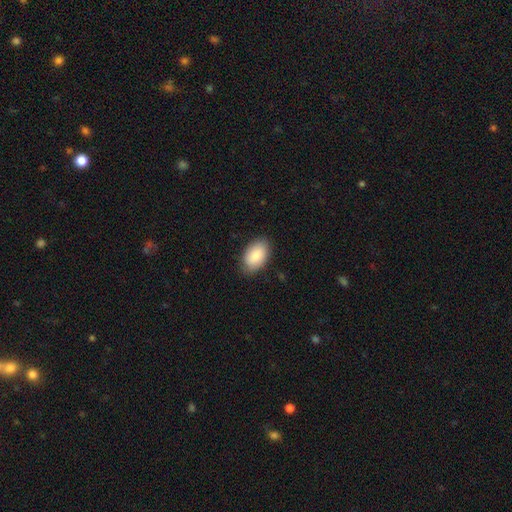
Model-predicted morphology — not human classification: Overall: smooth (84%). How rounded: in between (92%). Merging: none (83%).